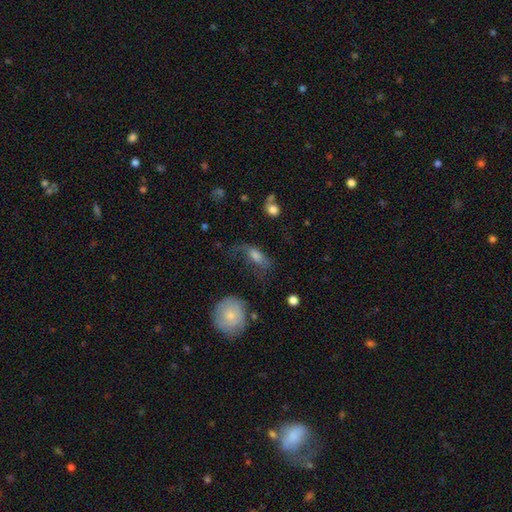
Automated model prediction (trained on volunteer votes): smooth 49%, featured or disk 40%, star or artifact 11%. Down the decision tree: merging — none (37%).